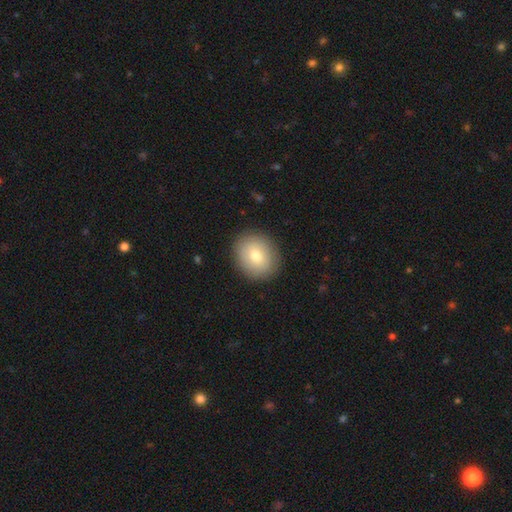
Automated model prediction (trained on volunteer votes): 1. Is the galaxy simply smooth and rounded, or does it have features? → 76% smooth, 15% featured or disk, 8% star or artifact.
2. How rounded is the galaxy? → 67% round, 32% in between, 1% cigar-shaped.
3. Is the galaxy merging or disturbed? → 88% none, 8% minor disturbance, 2% major disturbance, 1% merger.